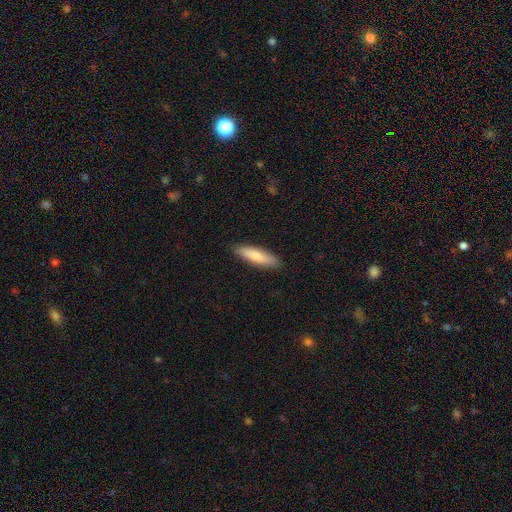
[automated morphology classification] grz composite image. It shows a smooth galaxy with no disk features (78%) that is cigar-shaped (69%). Merging: none (88%).